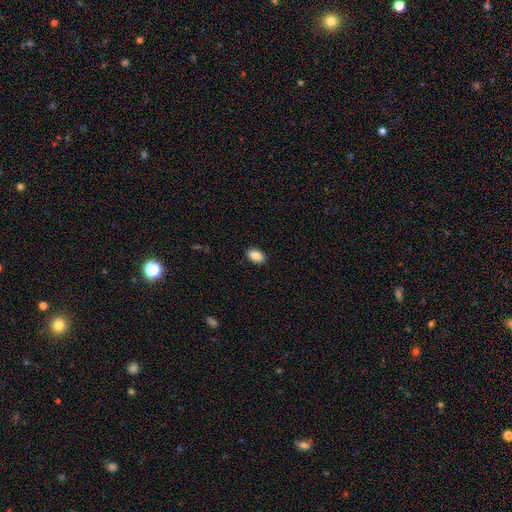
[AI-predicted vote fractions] Smooth or featured? Predicted: smooth (p=0.87). How rounded? Predicted: in between (p=0.91). Merging? Predicted: none (p=0.89).